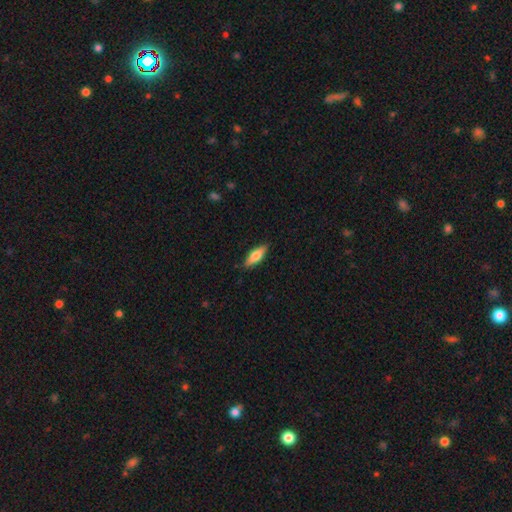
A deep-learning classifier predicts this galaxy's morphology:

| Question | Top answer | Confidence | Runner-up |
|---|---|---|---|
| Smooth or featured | smooth | 59% | featured or disk (34%) |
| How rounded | in between | 57% | cigar-shaped (41%) |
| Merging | none | 86% | minor disturbance (11%) |